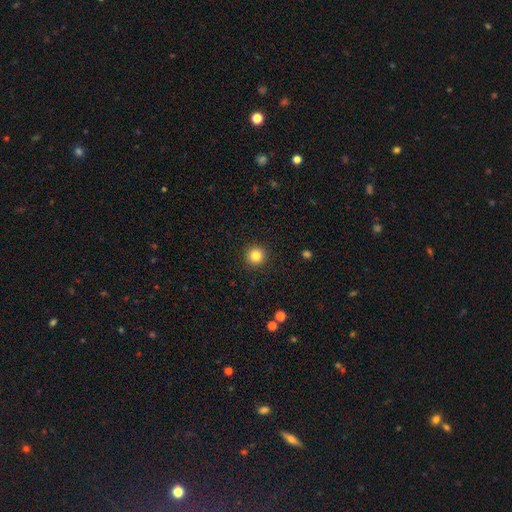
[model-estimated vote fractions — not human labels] smooth-or-featured: smooth: 83% | star or artifact: 12% | featured or disk: 5%
  how-rounded: round: 96% | in between: 3% | cigar-shaped: 1%
  merging: none: 92% | minor disturbance: 5% | major disturbance: 2% | merger: 1%